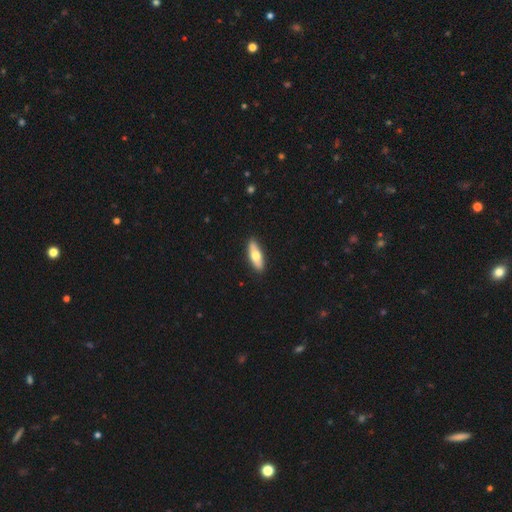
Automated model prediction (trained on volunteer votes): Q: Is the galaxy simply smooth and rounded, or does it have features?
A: smooth — 64%.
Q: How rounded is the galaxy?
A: in between — 60%.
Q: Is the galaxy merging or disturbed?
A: none — 89%.